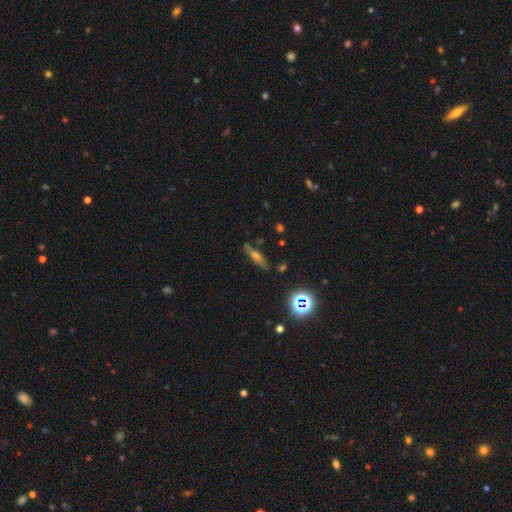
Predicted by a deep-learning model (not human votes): A featured or disk galaxy (40%).

Vote fractions:
- Smooth or featured? featured or disk: 40% / smooth: 39% / star or artifact: 21%
- Merging? none: 81% / minor disturbance: 12% / major disturbance: 3% / merger: 3%